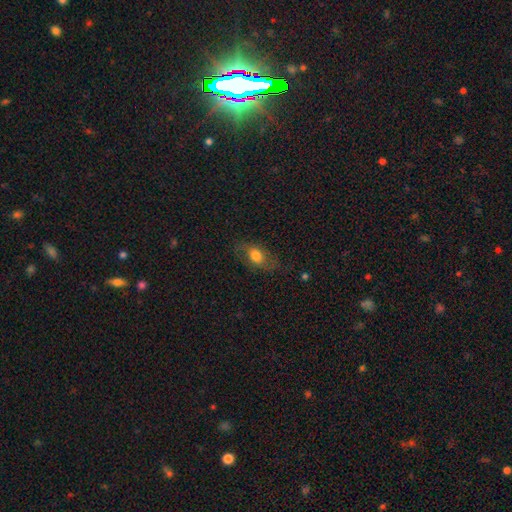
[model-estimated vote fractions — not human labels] Smooth or featured?
  - smooth: 63% *
  - featured or disk: 28%
  - star or artifact: 9%
How rounded?
  - in between: 79% *
  - round: 15%
  - cigar-shaped: 6%
Merging?
  - none: 70% *
  - minor disturbance: 19%
  - major disturbance: 9%
  - merger: 1%